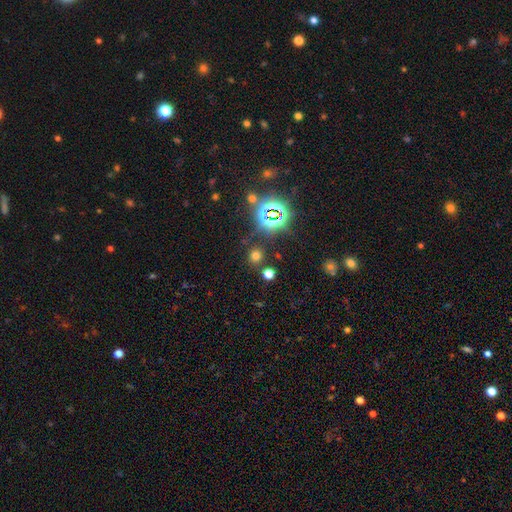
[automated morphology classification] Smooth or featured?
  - smooth: 62% *
  - star or artifact: 32%
  - featured or disk: 6%
How rounded?
  - round: 86% *
  - in between: 12%
  - cigar-shaped: 1%
Merging?
  - none: 83% *
  - minor disturbance: 8%
  - merger: 5%
  - major disturbance: 4%